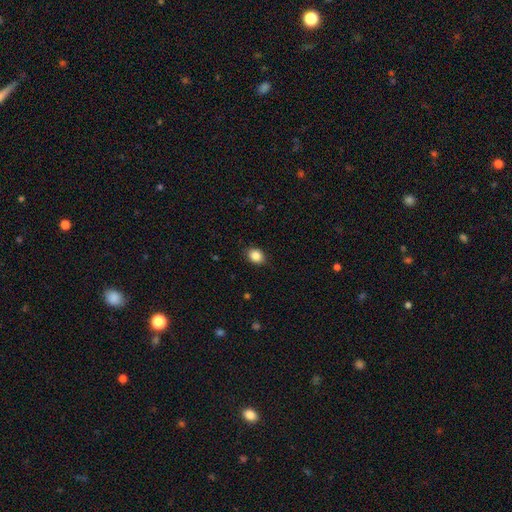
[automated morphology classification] This is clearly a smooth galaxy (86%). How rounded: possibly in between (59%). Merging: clearly none (87%).